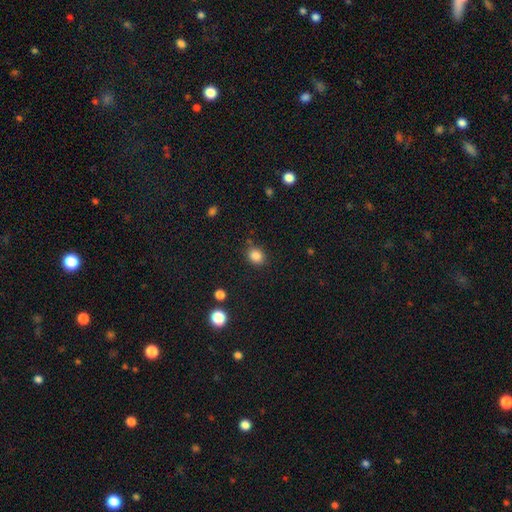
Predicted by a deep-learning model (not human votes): Smooth or featured?
  - smooth: 85% *
  - star or artifact: 11%
  - featured or disk: 4%
How rounded?
  - round: 64% *
  - in between: 35%
  - cigar-shaped: 1%
Merging?
  - none: 83% *
  - minor disturbance: 11%
  - major disturbance: 3%
  - merger: 3%